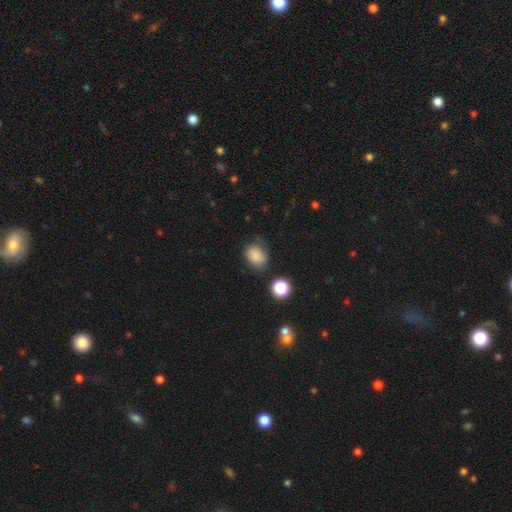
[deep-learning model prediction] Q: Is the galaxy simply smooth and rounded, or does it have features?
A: smooth — 78%.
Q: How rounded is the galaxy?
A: in between — 58%.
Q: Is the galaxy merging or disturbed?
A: none — 58%.